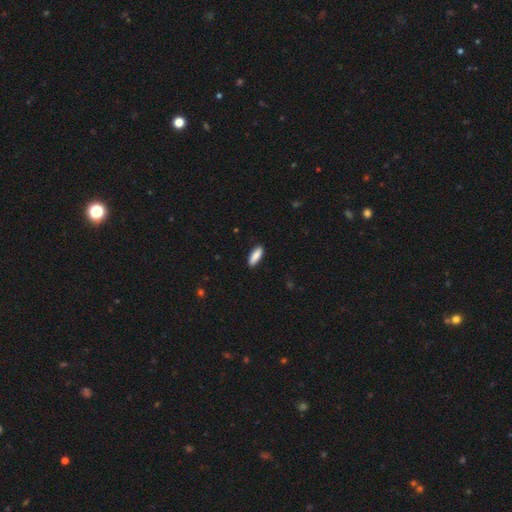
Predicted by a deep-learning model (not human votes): Overall: smooth (88%). How rounded: in between (60%; cigar-shaped 38%). Merging: none (88%).